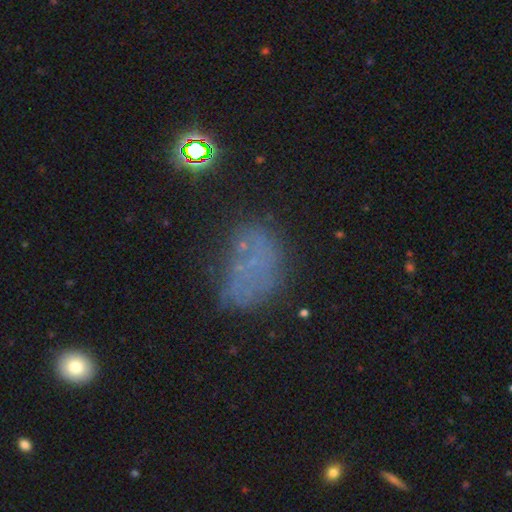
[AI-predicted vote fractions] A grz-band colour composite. It shows a smooth galaxy with no disk features (41%). Merging: none (46%).